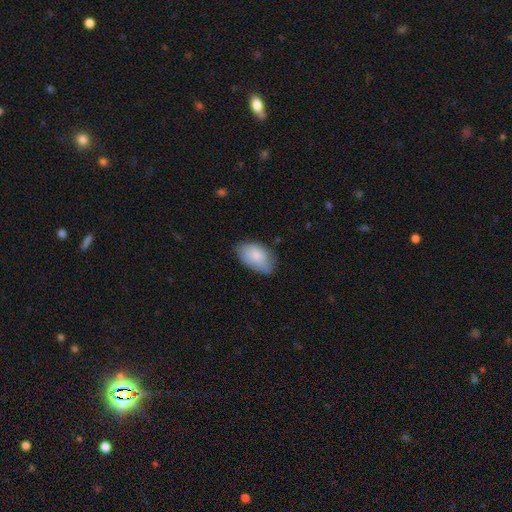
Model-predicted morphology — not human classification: Overall: smooth (79%). How rounded: in between (93%). Merging: none (65%; minor disturbance 28%).